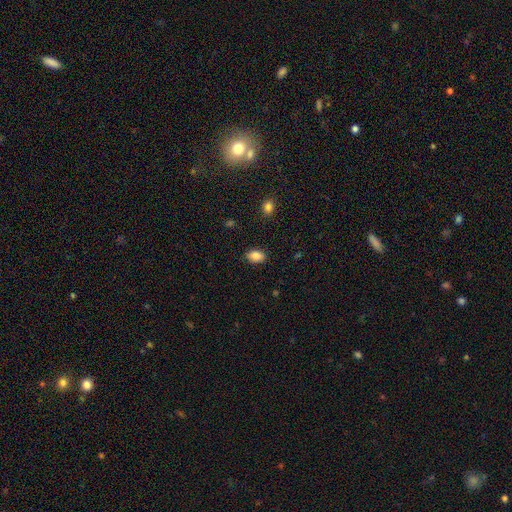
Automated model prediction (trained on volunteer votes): A smooth galaxy with no disk features (86%) that is in between round and cigar-shaped (88%). Merging: none (86%).